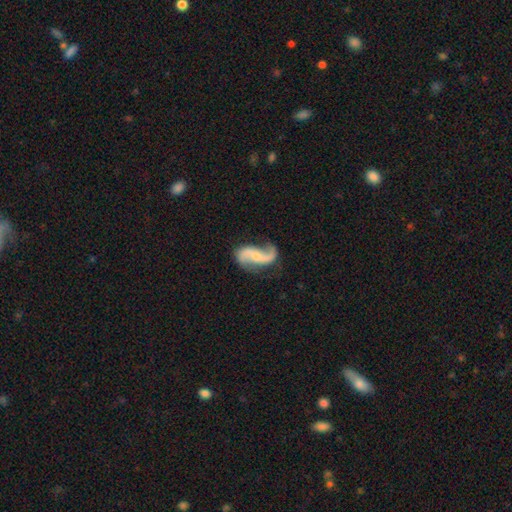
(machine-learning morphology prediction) type=featured or disk (86%); edge-on=no (97%); bar=no (47%); spiral arms=yes (96%); winding=loose (78%); arm count=2 (92%); bulge=small (51%); merging=none (71%).